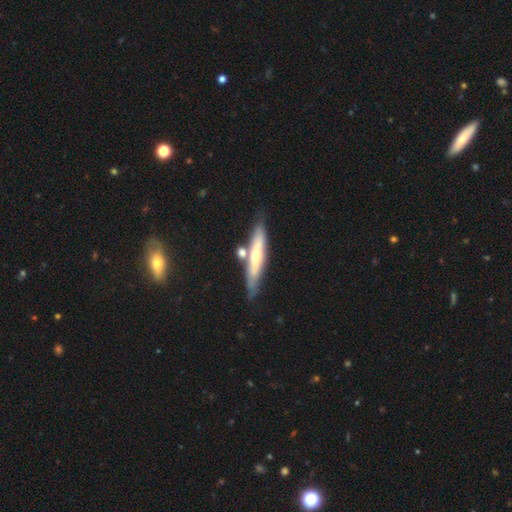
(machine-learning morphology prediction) smooth_or_featured: featured or disk (p=0.61) [alt: smooth p=0.33]
disk_edge_on: yes (p=0.80) [alt: no p=0.20]
merging: none (p=0.70) [alt: minor disturbance p=0.15]